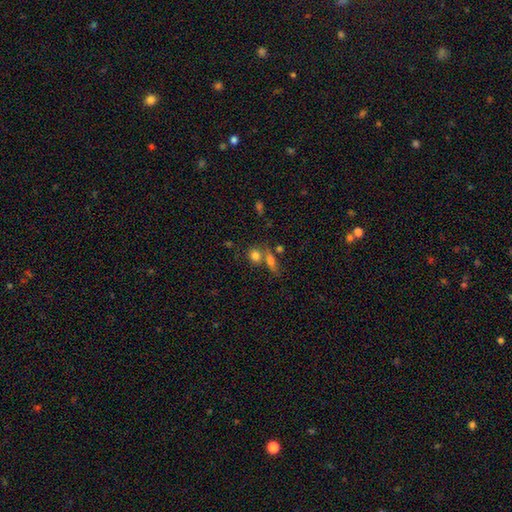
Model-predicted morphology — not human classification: Smooth or featured?
  - smooth: 78% *
  - star or artifact: 12%
  - featured or disk: 10%
How rounded?
  - round: 68% *
  - in between: 28%
  - cigar-shaped: 4%
Merging?
  - none: 50% *
  - merger: 33%
  - minor disturbance: 11%
  - major disturbance: 6%